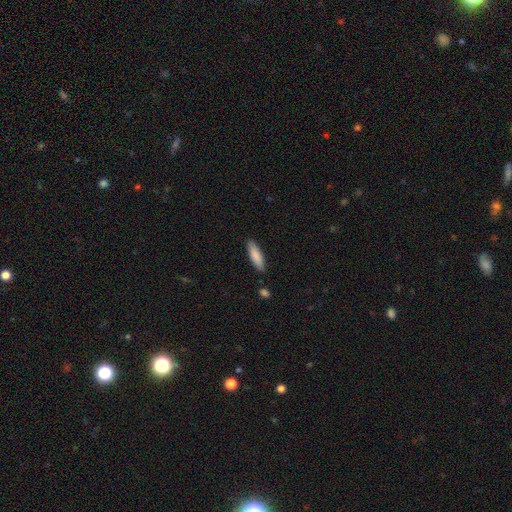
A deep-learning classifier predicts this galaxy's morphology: A smooth galaxy with no disk features (86%) that is cigar-shaped (57%). Merging: none (86%).